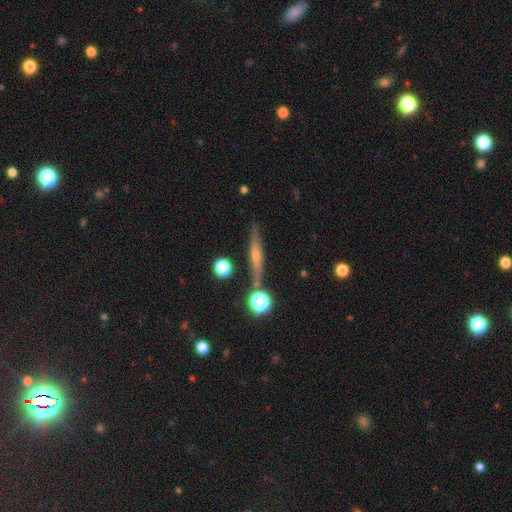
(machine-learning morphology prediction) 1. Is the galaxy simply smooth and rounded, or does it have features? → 56% featured or disk, 33% smooth, 11% star or artifact.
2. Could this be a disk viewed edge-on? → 92% yes, 8% no.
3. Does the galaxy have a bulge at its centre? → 70% rounded, 23% none, 7% boxy.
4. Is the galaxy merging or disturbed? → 83% none, 10% minor disturbance, 5% merger, 3% major disturbance.